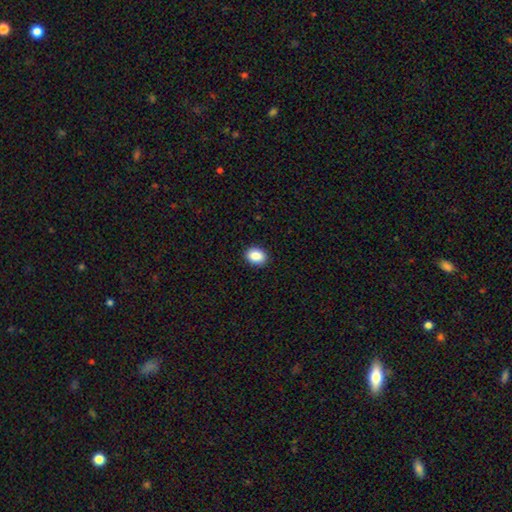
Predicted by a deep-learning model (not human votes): A smooth galaxy with no disk features (88%) that is in between round and cigar-shaped (66%).

Vote fractions:
- Smooth or featured? smooth: 88% / star or artifact: 8% / featured or disk: 4%
- How rounded? in between: 66% / round: 33% / cigar-shaped: 1%
- Merging? none: 91% / minor disturbance: 6% / major disturbance: 2% / merger: 1%